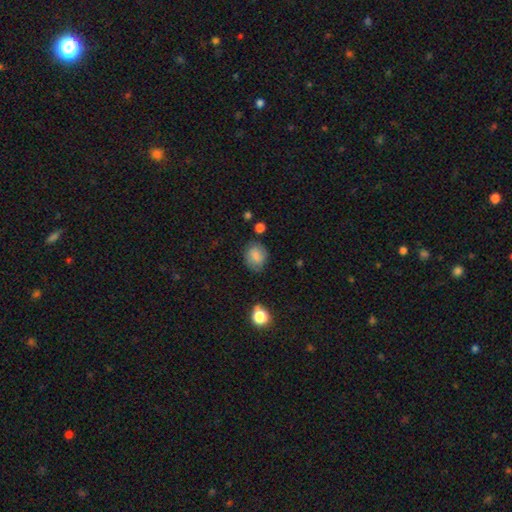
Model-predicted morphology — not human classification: Smooth or featured? Predicted: smooth (p=0.82). How rounded? Predicted: round (p=0.60). Merging? Predicted: none (p=0.76).